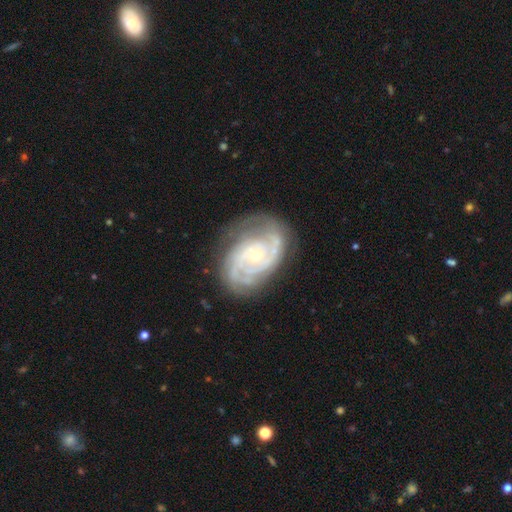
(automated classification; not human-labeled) Morphology: type=featured or disk (89%); edge-on=no (97%); bar=no (73%); spiral arms=yes (97%); winding=tight (67%); arm count=2 (36%); bulge=small (63%); merging=none (73%).